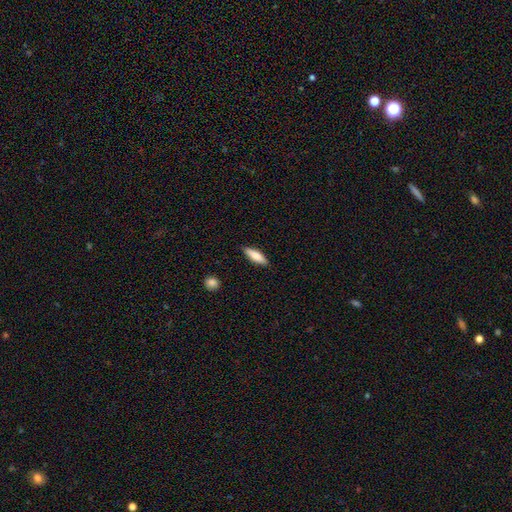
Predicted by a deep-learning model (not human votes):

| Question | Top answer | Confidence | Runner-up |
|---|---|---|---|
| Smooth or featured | smooth | 80% | featured or disk (15%) |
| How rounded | cigar-shaped | 54% | in between (44%) |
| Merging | none | 87% | minor disturbance (10%) |